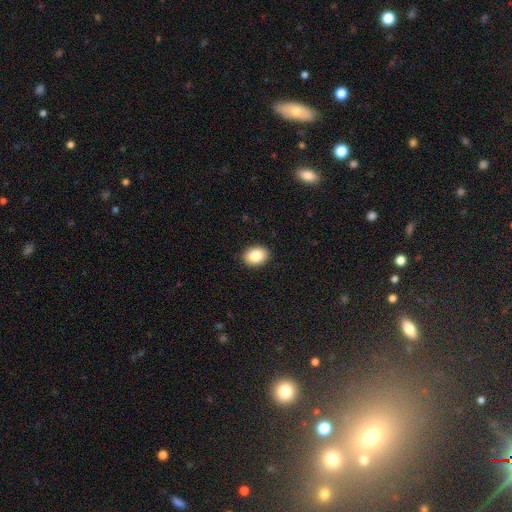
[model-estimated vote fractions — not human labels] Smooth or featured? smooth (86%)
How rounded? in between (70%)
Merging? none (91%)